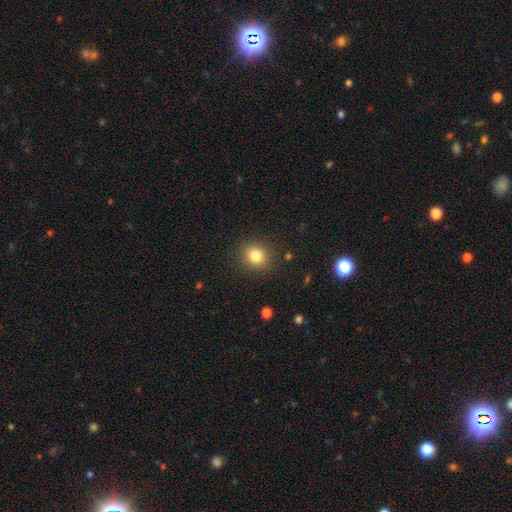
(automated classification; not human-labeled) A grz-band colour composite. It shows a smooth galaxy with no disk features (82%) that is round (84%). Merging: none (88%).